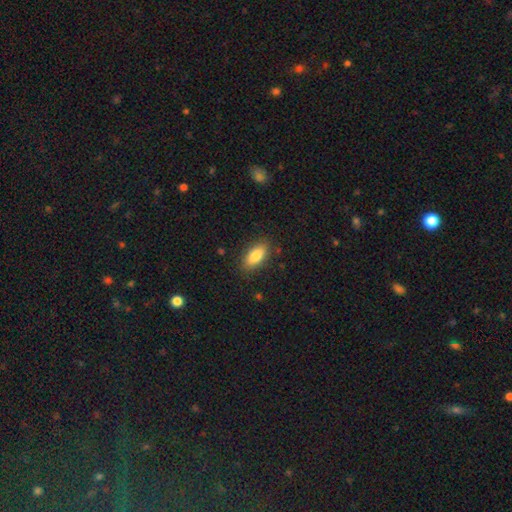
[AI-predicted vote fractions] Smooth or featured? Predicted: smooth (p=0.83). How rounded? Predicted: in between (p=0.86). Merging? Predicted: none (p=0.84).